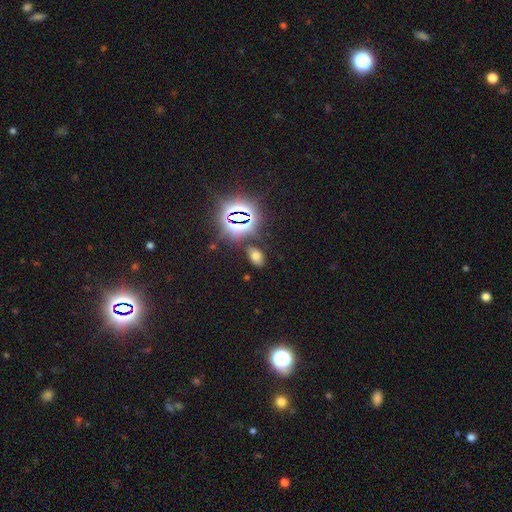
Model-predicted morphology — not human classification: Smooth or featured? Predicted: smooth (p=0.54). How rounded? Predicted: in between (p=0.87). Merging? Predicted: none (p=0.82).